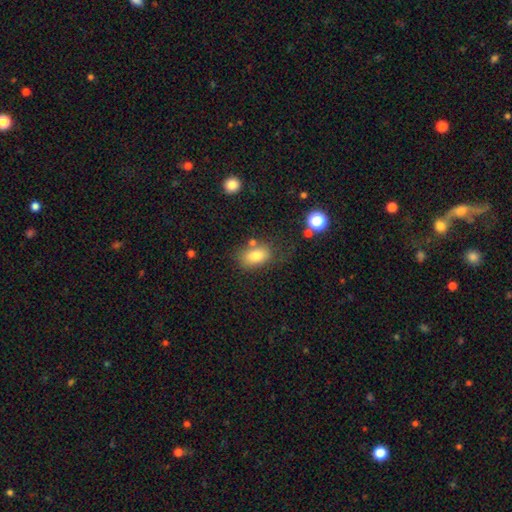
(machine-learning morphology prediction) The model was most divided on "merging": none: 65%, minor disturbance: 18%, merger: 10%, major disturbance: 7%. More confident: how rounded — in between (84%); smooth or featured — smooth (79%).